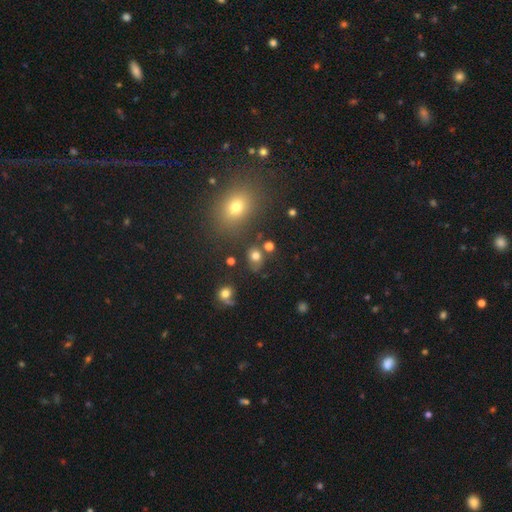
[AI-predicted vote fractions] A smooth galaxy with no disk features (75%) that is round (56%).

Vote fractions:
- Smooth or featured? smooth: 75% / star or artifact: 16% / featured or disk: 9%
- How rounded? round: 56% / in between: 43% / cigar-shaped: 1%
- Merging? none: 71% / minor disturbance: 14% / merger: 9% / major disturbance: 6%